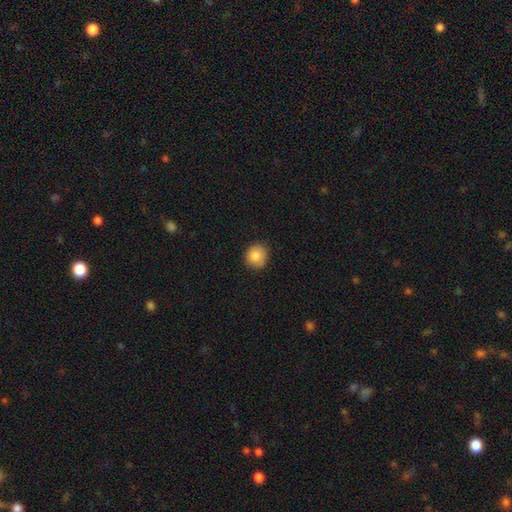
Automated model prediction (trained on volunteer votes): Smooth or featured: smooth — 84% (star or artifact — 9%)
How rounded: round — 88% (in between — 11%)
Merging: none — 85% (minor disturbance — 12%)